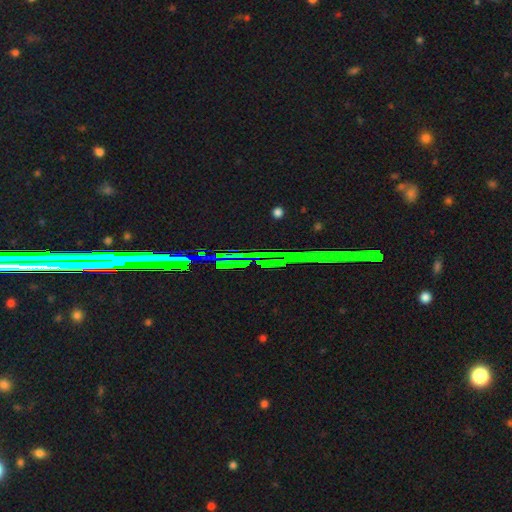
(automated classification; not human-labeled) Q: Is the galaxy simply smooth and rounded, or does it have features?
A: star or artifact — 83%.